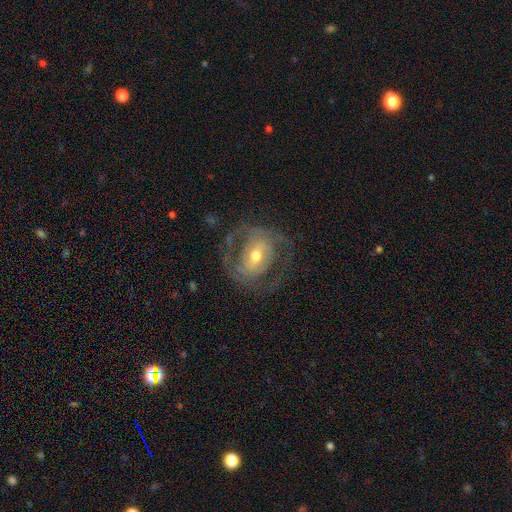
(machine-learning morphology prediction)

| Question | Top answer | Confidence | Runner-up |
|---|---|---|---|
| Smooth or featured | featured or disk | 80% | smooth (14%) |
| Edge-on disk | no | 97% | yes (3%) |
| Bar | weak | 44% | strong (28%) |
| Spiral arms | yes | 84% | no (16%) |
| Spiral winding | medium | 47% | tight (34%) |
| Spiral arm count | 2 | 72% | can't tell (14%) |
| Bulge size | moderate | 67% | small (26%) |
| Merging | none | 65% | major disturbance (17%) |